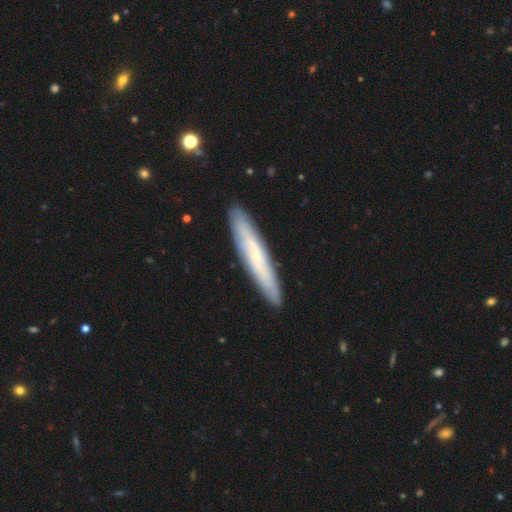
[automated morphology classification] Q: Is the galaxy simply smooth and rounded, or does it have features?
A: featured or disk — 54%.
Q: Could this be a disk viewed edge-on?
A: yes — 69%.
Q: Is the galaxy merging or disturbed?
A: none — 89%.